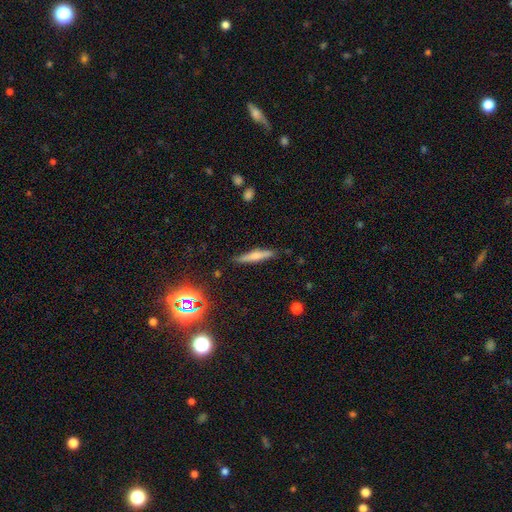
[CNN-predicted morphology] Smooth or featured? smooth (53%)
How rounded? cigar-shaped (89%)
Merging? none (86%)